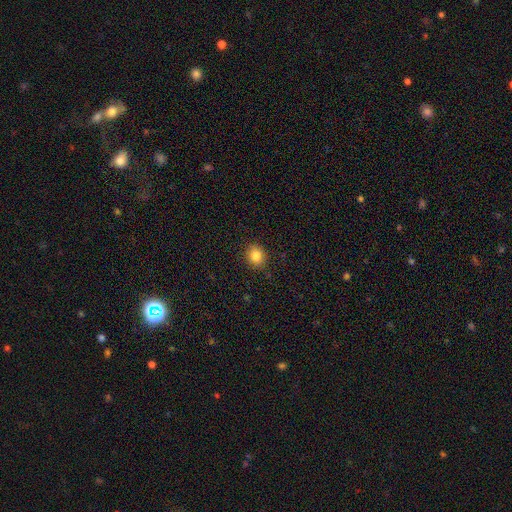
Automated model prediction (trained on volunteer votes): Overall: smooth (85%). How rounded: round (69%; in between 30%). Merging: none (88%).